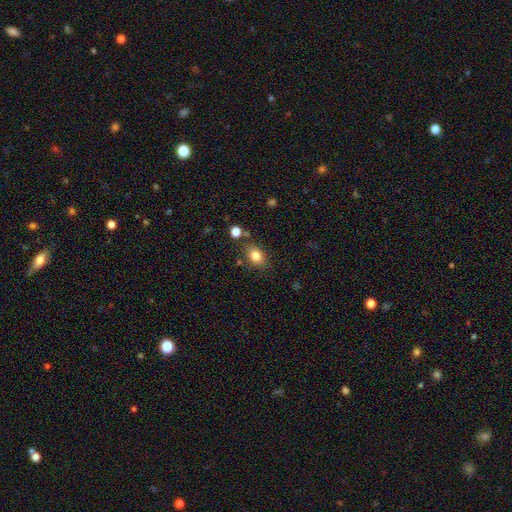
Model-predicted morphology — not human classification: Smooth or featured?
  - smooth: 83% *
  - star or artifact: 10%
  - featured or disk: 8%
How rounded?
  - in between: 74% *
  - round: 25%
  - cigar-shaped: 1%
Merging?
  - none: 78% *
  - minor disturbance: 13%
  - merger: 6%
  - major disturbance: 3%